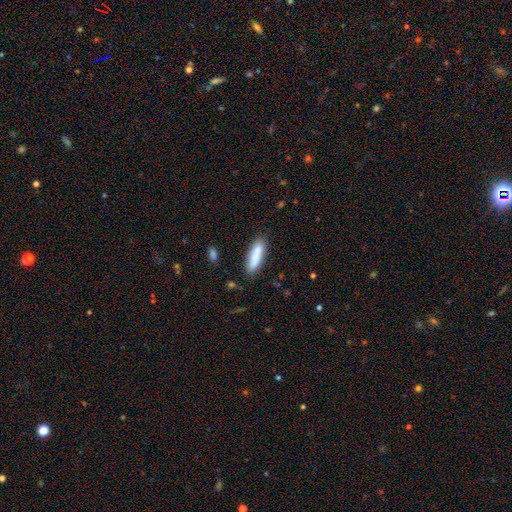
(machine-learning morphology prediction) The model was most divided on "how rounded": cigar-shaped: 53%, in between: 45%, round: 2%. More confident: smooth or featured — smooth (83%); merging — none (75%).